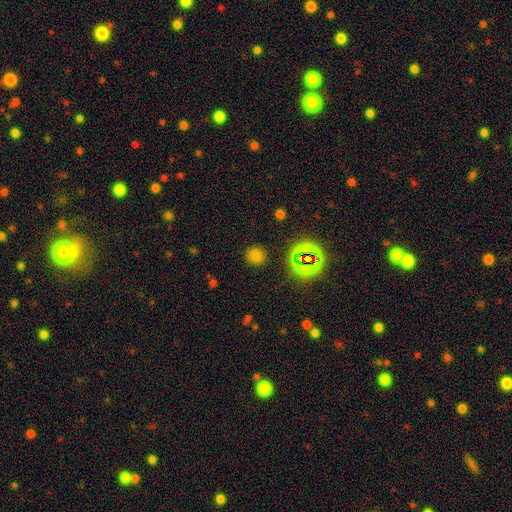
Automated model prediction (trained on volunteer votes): Q: Smooth or featured?
A: smooth (70%); runner-up: star or artifact (25%)
Q: How rounded?
A: round (90%); runner-up: in between (9%)
Q: Merging?
A: none (88%); runner-up: minor disturbance (7%)